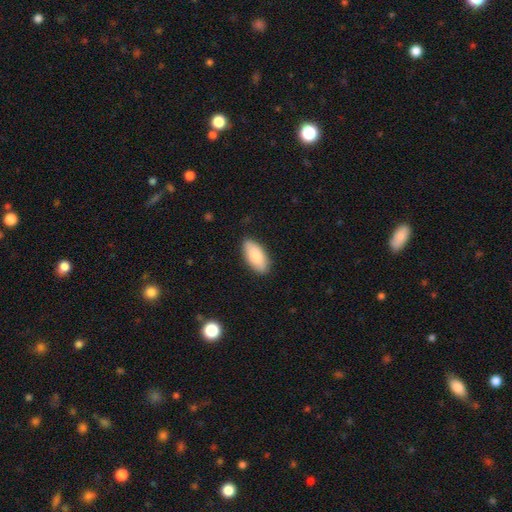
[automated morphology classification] smooth_or_featured: smooth (p=0.84) [alt: featured or disk p=0.10]
how_rounded: in between (p=0.91) [alt: cigar-shaped p=0.07]
merging: none (p=0.86) [alt: minor disturbance p=0.11]